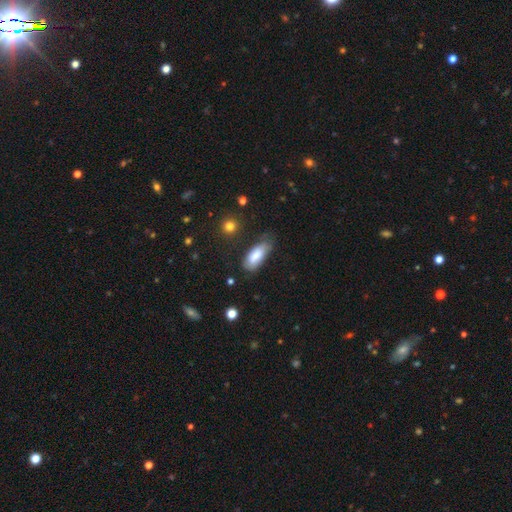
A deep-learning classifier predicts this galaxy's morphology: Smooth or featured? Predicted: smooth (p=0.79). How rounded? Predicted: in between (p=0.80). Merging? Predicted: none (p=0.53).